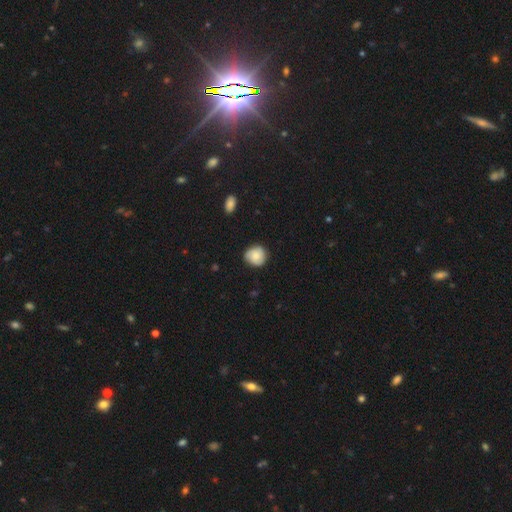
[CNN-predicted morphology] Smooth or featured?
  - smooth: 70% *
  - featured or disk: 23%
  - star or artifact: 8%
How rounded?
  - round: 83% *
  - in between: 16%
  - cigar-shaped: 1%
Merging?
  - none: 79% *
  - minor disturbance: 17%
  - major disturbance: 3%
  - merger: 1%